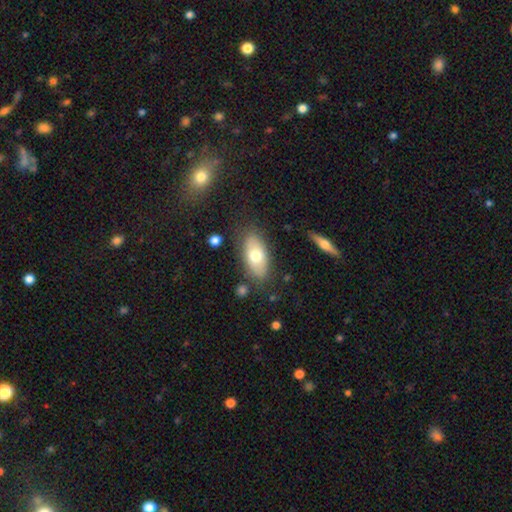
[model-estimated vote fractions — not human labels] smooth_or_featured: smooth (p=0.66) [alt: featured or disk p=0.27]
how_rounded: in between (p=0.90) [alt: cigar-shaped p=0.06]
merging: none (p=0.79) [alt: minor disturbance p=0.14]